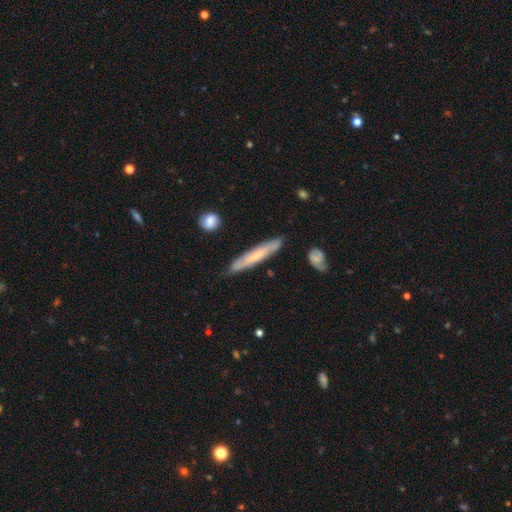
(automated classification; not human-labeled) A smooth galaxy with no disk features (52%) that is cigar-shaped (92%).

Vote fractions:
- Smooth or featured? smooth: 52% / featured or disk: 42% / star or artifact: 6%
- How rounded? cigar-shaped: 92% / in between: 7% / round: 1%
- Merging? none: 81% / minor disturbance: 14% / major disturbance: 3% / merger: 2%